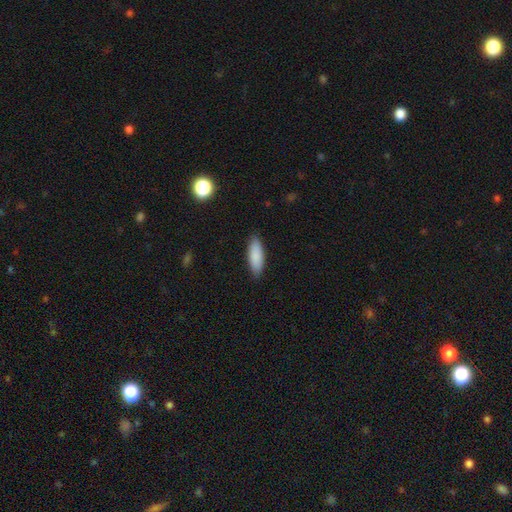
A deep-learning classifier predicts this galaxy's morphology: This is clearly a smooth galaxy (87%). How rounded: likely in between (61%). Merging: clearly none (87%).